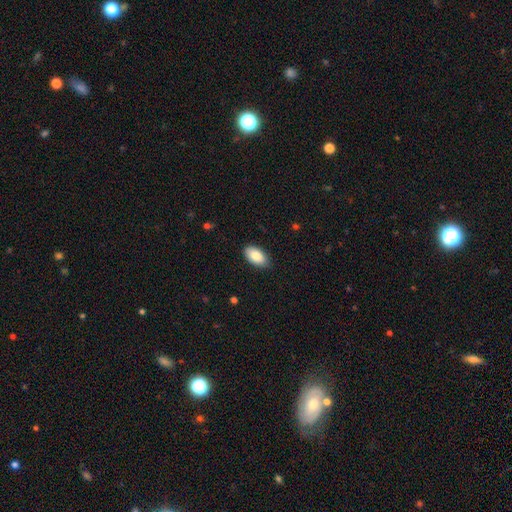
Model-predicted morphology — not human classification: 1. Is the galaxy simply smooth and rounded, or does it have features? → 85% smooth, 9% featured or disk, 7% star or artifact.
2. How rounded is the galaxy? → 95% in between, 3% round, 2% cigar-shaped.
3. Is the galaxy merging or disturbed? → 85% none, 12% minor disturbance, 2% major disturbance, 1% merger.